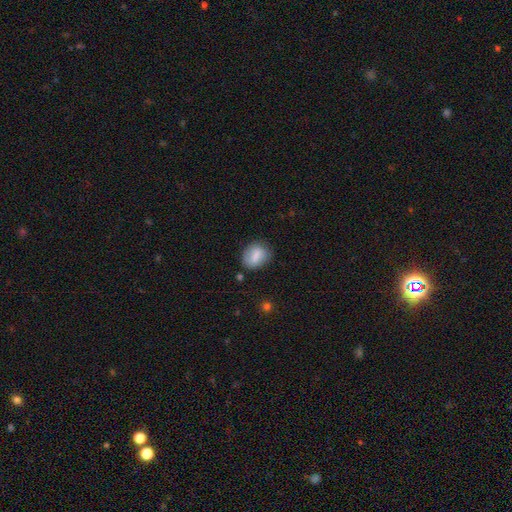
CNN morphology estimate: A smooth galaxy with no disk features (81%) that is in between round and cigar-shaped (65%). Merging: none (73%).